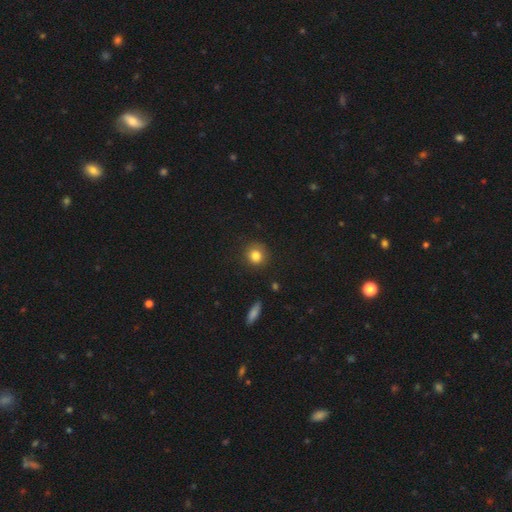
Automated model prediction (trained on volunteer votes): smooth 82%, star or artifact 10%, featured or disk 7%. Down the decision tree: how rounded — round (88%); merging — none (83%).